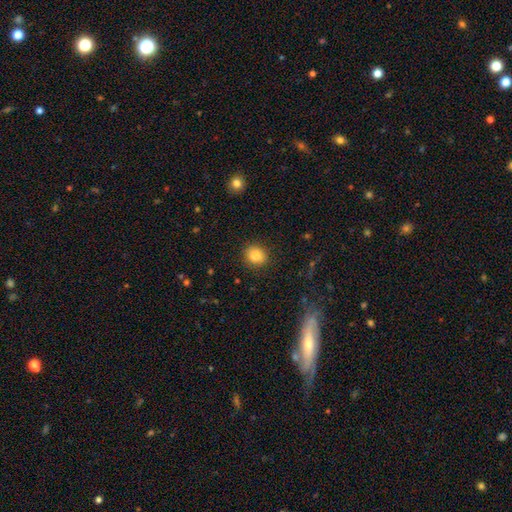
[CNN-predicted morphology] Overall: smooth (86%). How rounded: round (67%; in between 32%). Merging: none (84%).